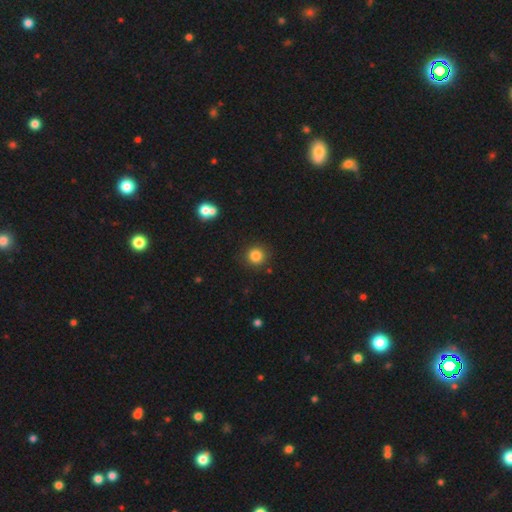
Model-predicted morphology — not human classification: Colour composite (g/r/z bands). It shows a smooth galaxy with no disk features (83%) that is round (92%). Merging: none (88%).